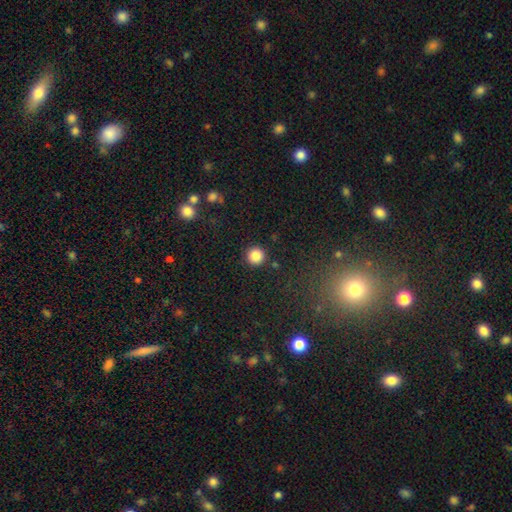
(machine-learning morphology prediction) Smooth or featured?
  - smooth: 85% *
  - star or artifact: 11%
  - featured or disk: 4%
How rounded?
  - round: 95% *
  - in between: 4%
  - cigar-shaped: 1%
Merging?
  - none: 91% *
  - minor disturbance: 5%
  - major disturbance: 2%
  - merger: 2%